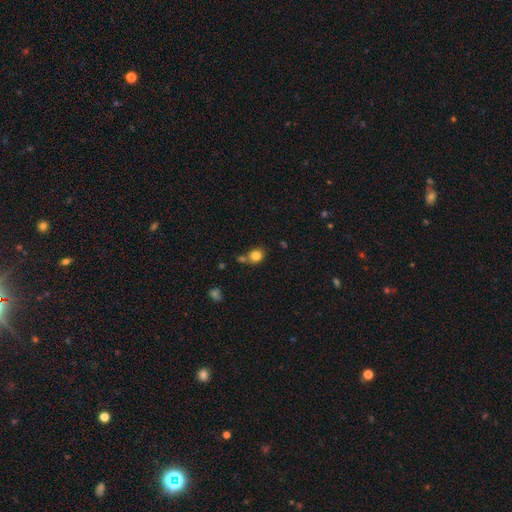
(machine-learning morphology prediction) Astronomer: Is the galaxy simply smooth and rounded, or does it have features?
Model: smooth — 83%.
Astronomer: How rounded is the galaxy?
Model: round — 70%.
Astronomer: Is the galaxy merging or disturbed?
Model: none — 61%.